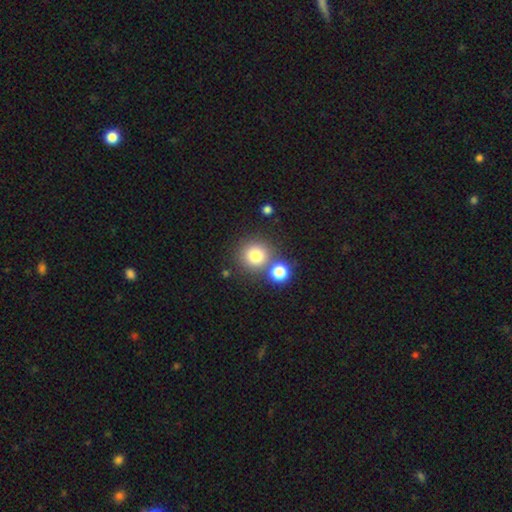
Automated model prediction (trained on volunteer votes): smooth-or-featured: smooth: 78% | star or artifact: 13% | featured or disk: 9%
  how-rounded: round: 93% | in between: 7% | cigar-shaped: 1%
  merging: none: 70% | merger: 19% | minor disturbance: 8% | major disturbance: 3%